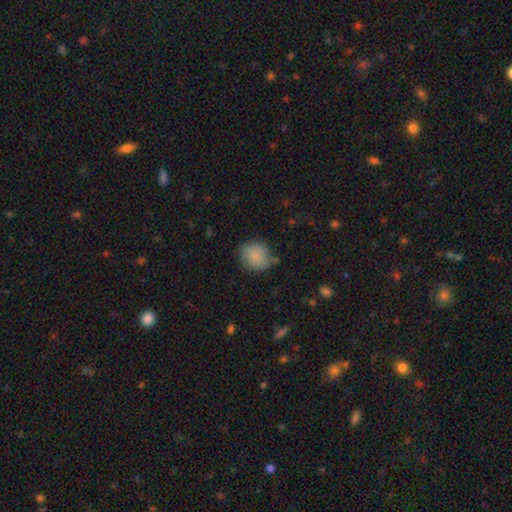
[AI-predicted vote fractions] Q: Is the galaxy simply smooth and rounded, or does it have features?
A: smooth — 80%.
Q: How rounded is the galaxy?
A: round — 79%.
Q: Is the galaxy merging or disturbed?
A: none — 62%.